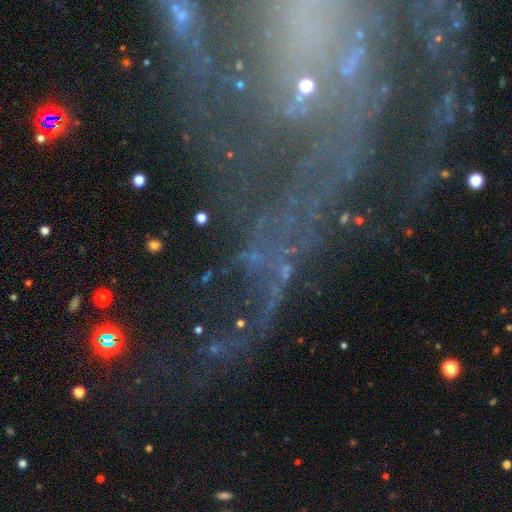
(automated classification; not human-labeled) Smooth or featured? star or artifact (56%)